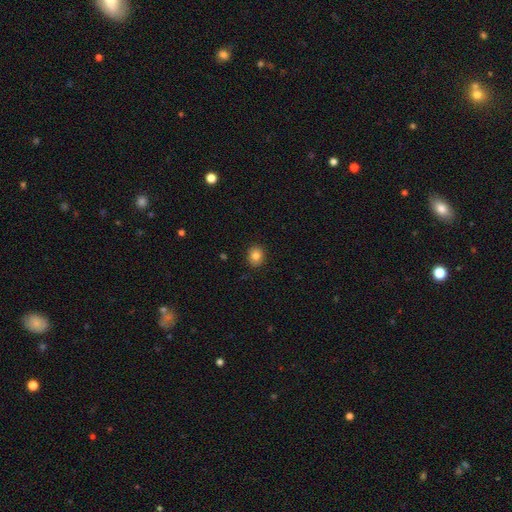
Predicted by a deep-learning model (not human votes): Q: Smooth or featured?
A: smooth (83%); runner-up: star or artifact (10%)
Q: How rounded?
A: round (71%); runner-up: in between (28%)
Q: Merging?
A: none (91%); runner-up: minor disturbance (7%)